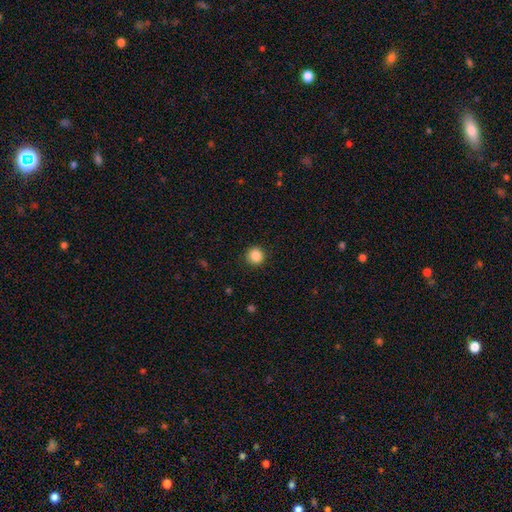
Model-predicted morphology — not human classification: A smooth galaxy with no disk features (87%) that is round (92%).

Vote fractions:
- Smooth or featured? smooth: 87% / star or artifact: 10% / featured or disk: 3%
- How rounded? round: 92% / in between: 7% / cigar-shaped: 1%
- Merging? none: 91% / minor disturbance: 6% / major disturbance: 2% / merger: 1%